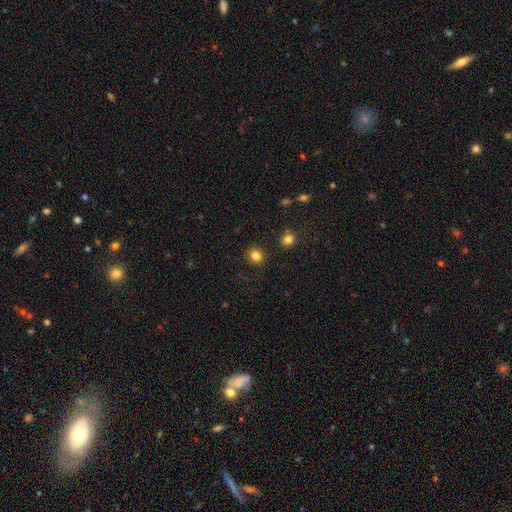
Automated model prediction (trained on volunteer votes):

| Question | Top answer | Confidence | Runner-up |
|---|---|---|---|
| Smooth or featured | smooth | 82% | star or artifact (13%) |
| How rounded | round | 75% | in between (24%) |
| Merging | none | 88% | minor disturbance (7%) |